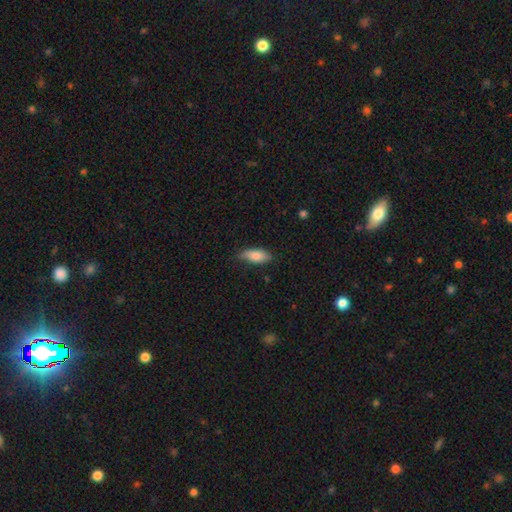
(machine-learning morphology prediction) smooth-or-featured: smooth: 81% | featured or disk: 12% | star or artifact: 6%
  how-rounded: in between: 80% | cigar-shaped: 17% | round: 2%
  merging: none: 76% | minor disturbance: 20% | major disturbance: 3% | merger: 1%